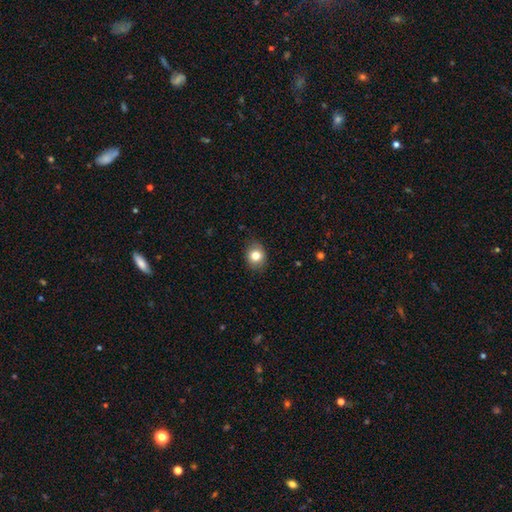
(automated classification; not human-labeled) A smooth galaxy with no disk features (81%) that is round (63%). Merging: none (81%).